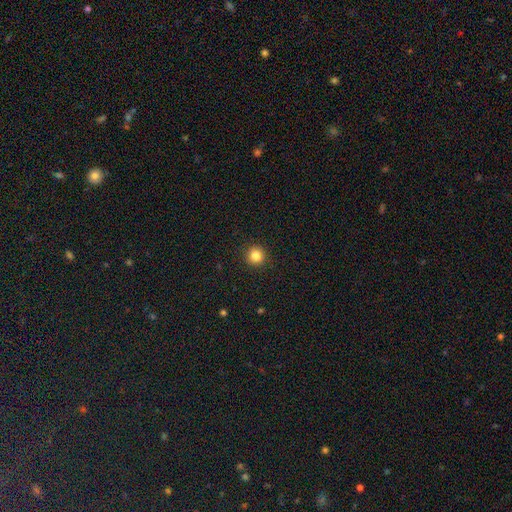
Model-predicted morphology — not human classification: Smooth or featured? smooth (84%)
How rounded? round (95%)
Merging? none (93%)